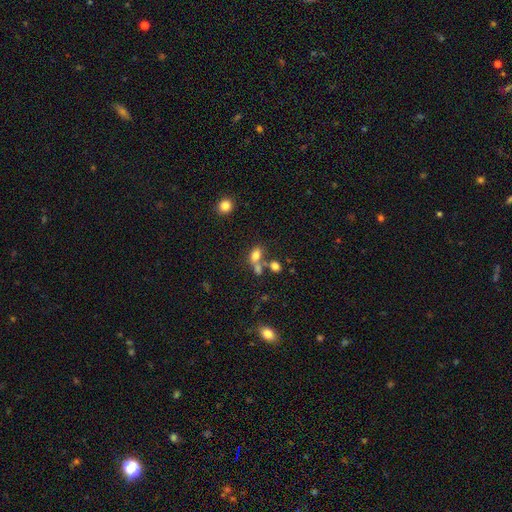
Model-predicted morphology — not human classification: smooth 74%, star or artifact 14%, featured or disk 12%. Down the decision tree: how rounded — in between (76%); merging — merger (42%).